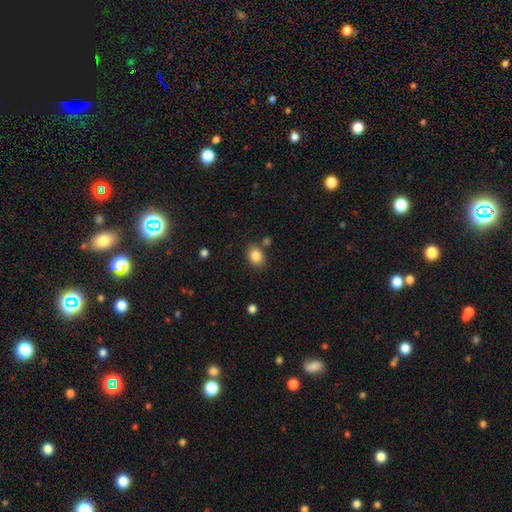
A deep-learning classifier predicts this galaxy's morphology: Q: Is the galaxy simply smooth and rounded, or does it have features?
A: smooth — 85%.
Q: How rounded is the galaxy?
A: in between — 62%.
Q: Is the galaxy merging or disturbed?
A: none — 76%.